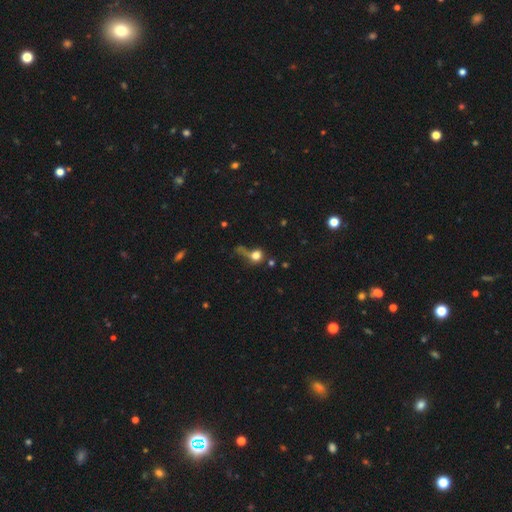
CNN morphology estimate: Smooth or featured? smooth (71%)
How rounded? round (81%)
Merging? none (40%)